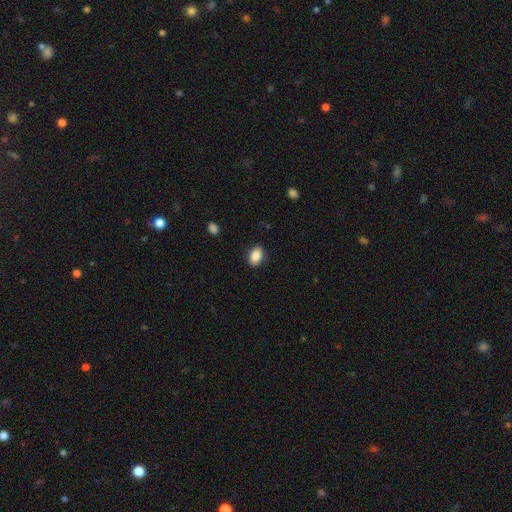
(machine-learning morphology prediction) A smooth galaxy with no disk features (88%) that is in between round and cigar-shaped (86%). Merging: none (88%).